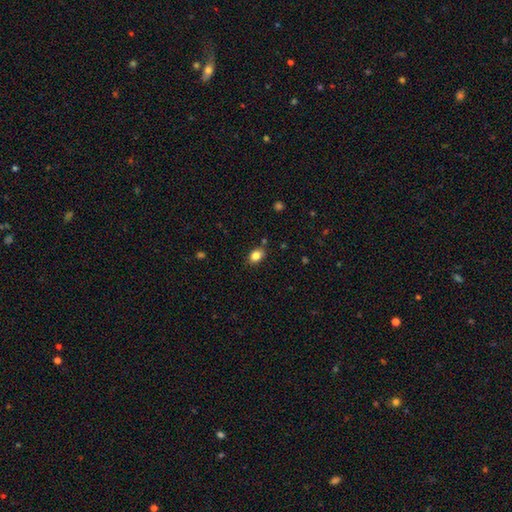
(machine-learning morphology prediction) Smooth or featured? smooth (83%)
How rounded? in between (73%)
Merging? none (82%)